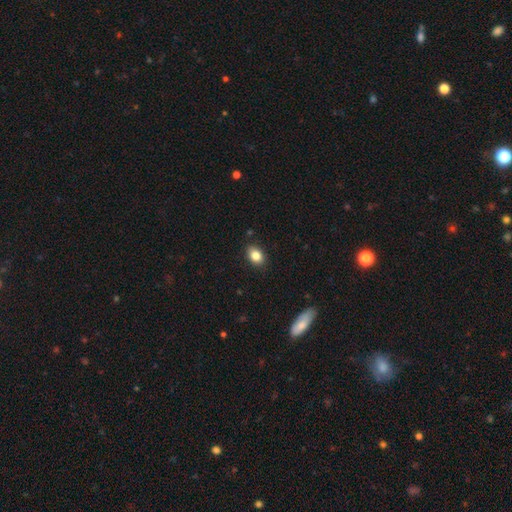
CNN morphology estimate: Smooth or featured? Predicted: smooth (p=0.84). How rounded? Predicted: in between (p=0.71). Merging? Predicted: none (p=0.87).